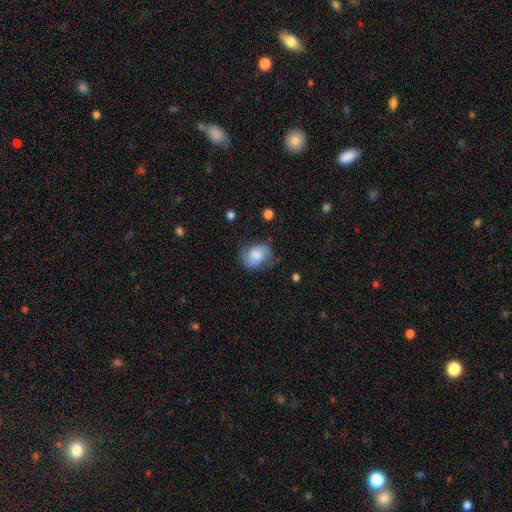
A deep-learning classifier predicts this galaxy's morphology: Smooth or featured: smooth — 68% (featured or disk — 24%)
How rounded: in between — 59% (round — 40%)
Merging: none — 57% (minor disturbance — 30%)